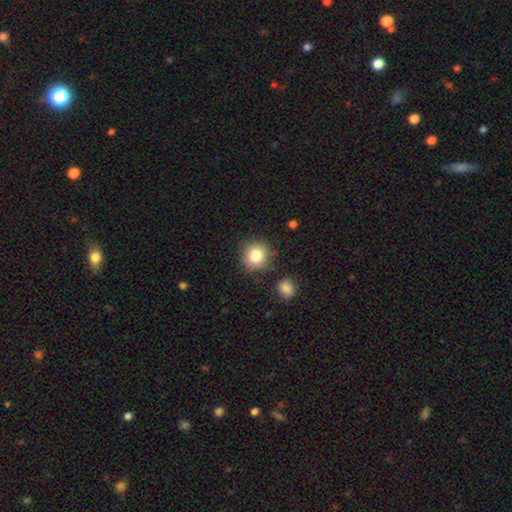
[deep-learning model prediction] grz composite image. It shows a smooth galaxy with no disk features (84%) that is round (90%). Merging: none (82%).